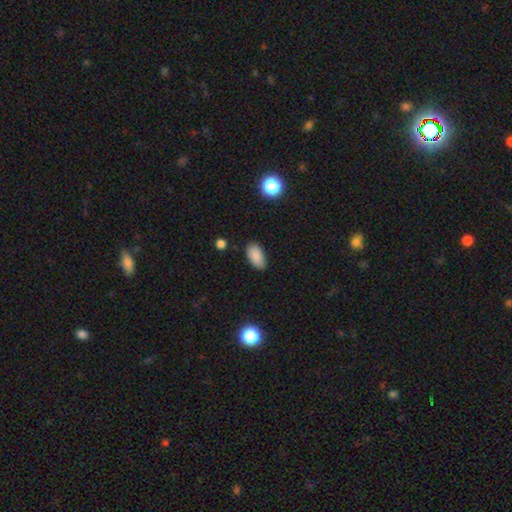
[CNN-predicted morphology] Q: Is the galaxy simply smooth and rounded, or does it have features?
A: smooth — 86%.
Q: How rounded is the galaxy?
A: in between — 93%.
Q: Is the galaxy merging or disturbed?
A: none — 81%.